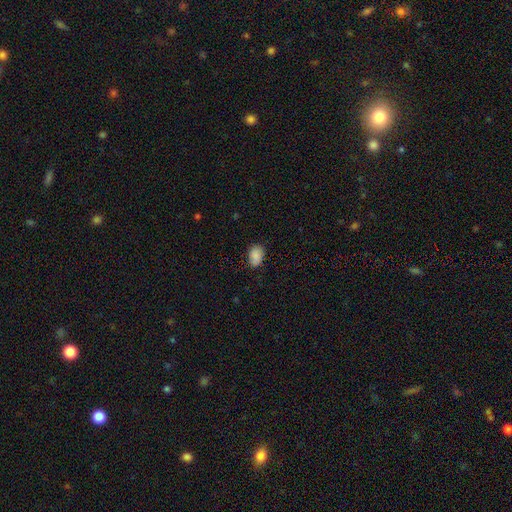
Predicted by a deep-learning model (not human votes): Q: Smooth or featured?
A: smooth (84%); runner-up: star or artifact (8%)
Q: How rounded?
A: in between (77%); runner-up: round (22%)
Q: Merging?
A: none (72%); runner-up: minor disturbance (23%)